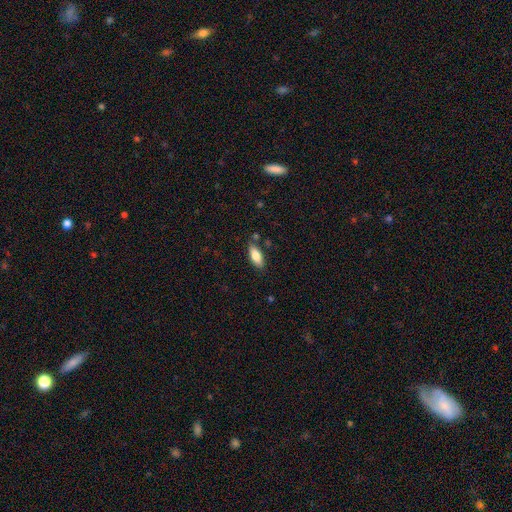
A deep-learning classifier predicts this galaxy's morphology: smooth-or-featured: smooth: 81% | featured or disk: 13% | star or artifact: 7%
  how-rounded: in between: 78% | cigar-shaped: 20% | round: 2%
  merging: none: 80% | minor disturbance: 13% | merger: 4% | major disturbance: 3%